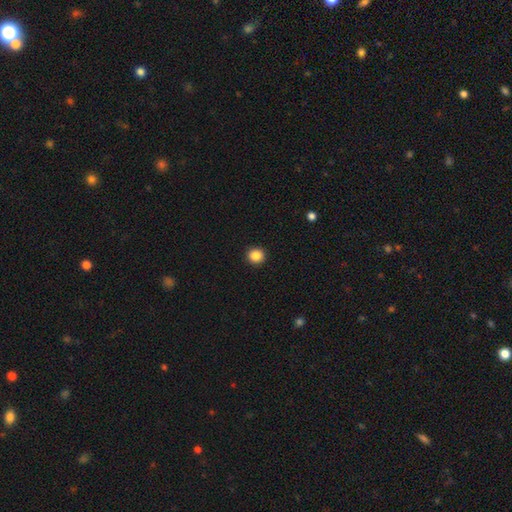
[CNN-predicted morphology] Smooth or featured? Predicted: smooth (p=0.87). How rounded? Predicted: round (p=0.93). Merging? Predicted: none (p=0.93).